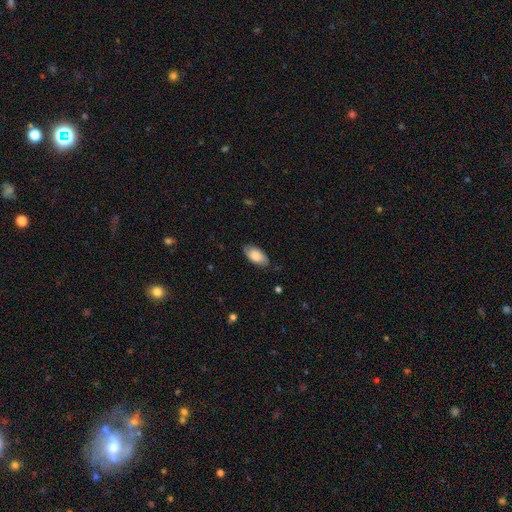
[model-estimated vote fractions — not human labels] This appears to be a smooth galaxy with no disk features (75%) that is in between round and cigar-shaped (93%). Merging: none (79%).